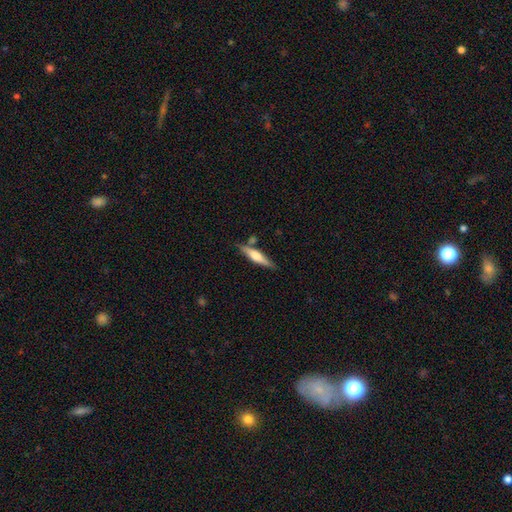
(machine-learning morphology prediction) Smooth or featured? Predicted: featured or disk (p=0.51). Edge-on disk? Predicted: yes (p=0.95). Merging? Predicted: none (p=0.77).